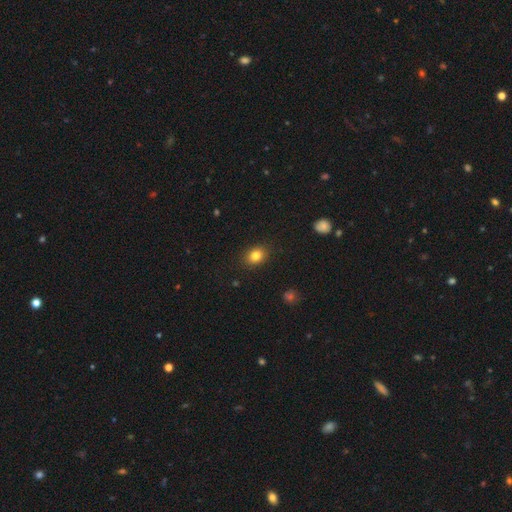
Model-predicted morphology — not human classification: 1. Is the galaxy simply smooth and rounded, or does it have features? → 83% smooth, 11% star or artifact, 7% featured or disk.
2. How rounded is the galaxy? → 55% in between, 44% round, 1% cigar-shaped.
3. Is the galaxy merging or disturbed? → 88% none, 8% minor disturbance, 2% major disturbance, 1% merger.